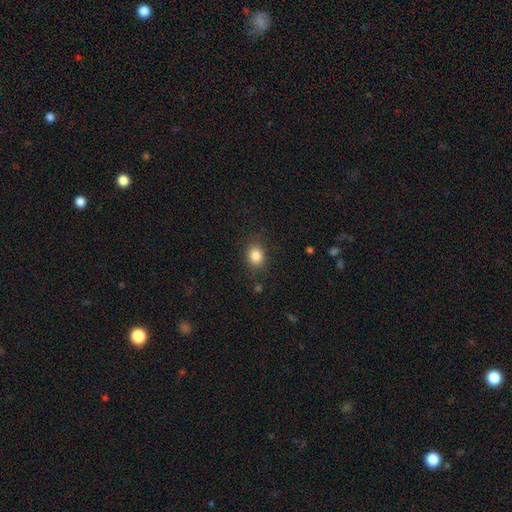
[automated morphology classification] This is clearly a smooth galaxy (85%). How rounded: possibly round (56%). Merging: clearly none (83%).